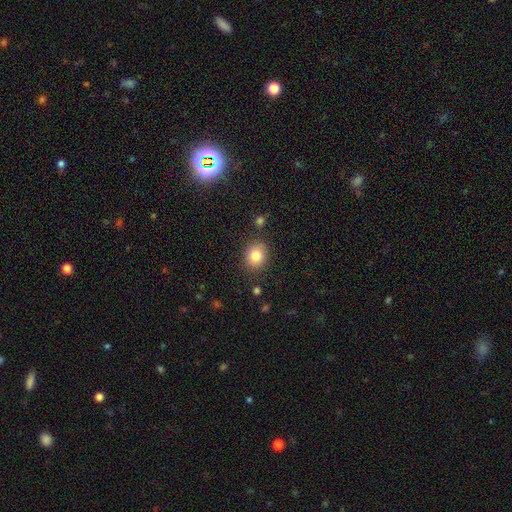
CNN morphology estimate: Smooth or featured? smooth (82%)
How rounded? round (62%)
Merging? none (84%)